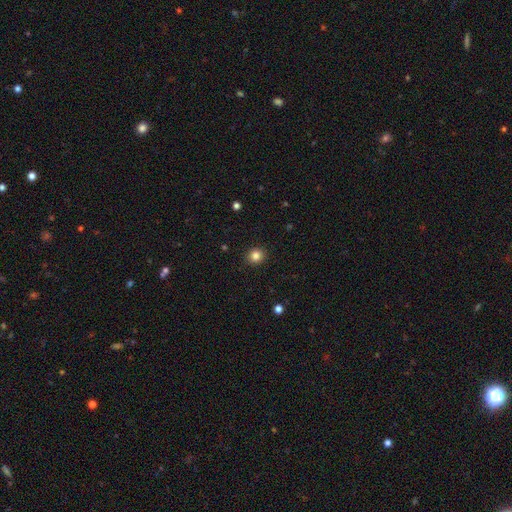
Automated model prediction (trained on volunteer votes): smooth_or_featured: smooth (p=0.83) [alt: star or artifact p=0.12]
how_rounded: round (p=0.85) [alt: in between p=0.14]
merging: none (p=0.92) [alt: minor disturbance p=0.06]